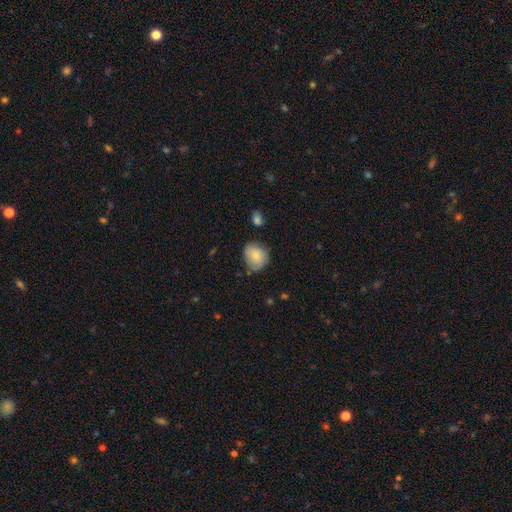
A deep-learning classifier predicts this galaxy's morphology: Smooth or featured? Predicted: smooth (p=0.78). How rounded? Predicted: round (p=0.65). Merging? Predicted: none (p=0.65).